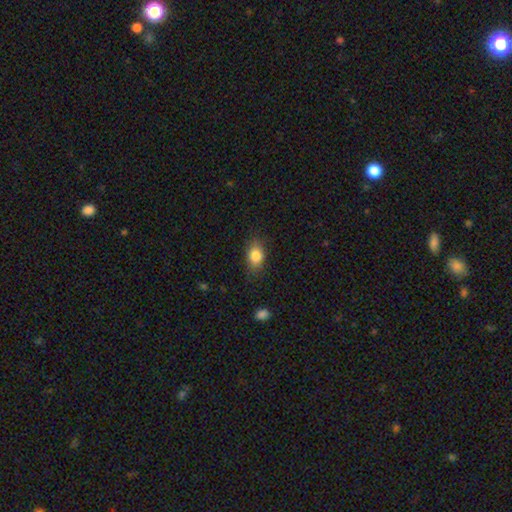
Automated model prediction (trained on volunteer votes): Smooth or featured? Predicted: smooth (p=0.83). How rounded? Predicted: in between (p=0.79). Merging? Predicted: none (p=0.79).